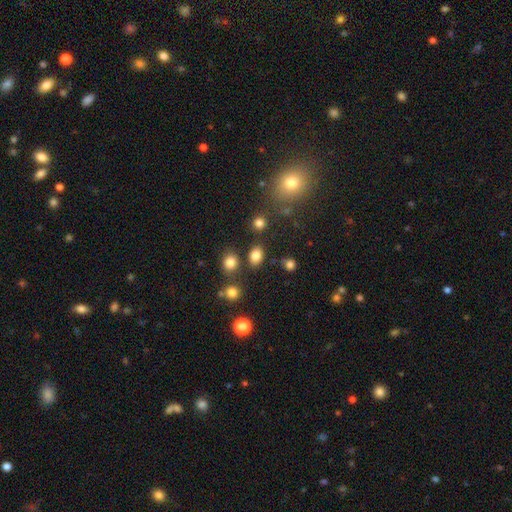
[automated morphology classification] Overall: smooth (82%). How rounded: in between (65%; round 34%). Merging: none (79%).